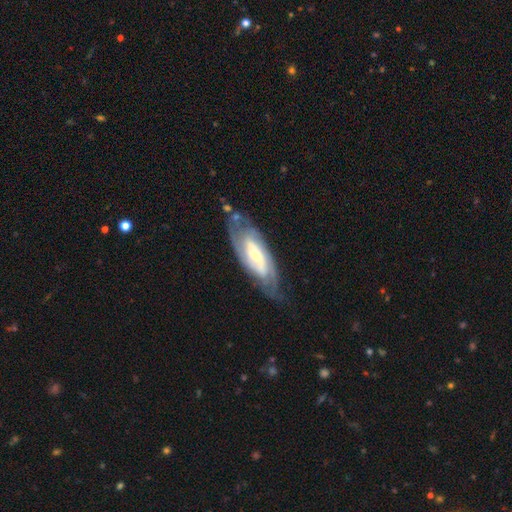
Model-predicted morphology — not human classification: smooth-or-featured: featured or disk: 79% | smooth: 16% | star or artifact: 5%
  disk-edge-on: no: 88% | yes: 12%
    bar: no: 44% | weak: 35% | strong: 21%
    has-spiral-arms: yes: 91% | no: 9%
      spiral-winding: tight: 54% | medium: 35% | loose: 11%
      spiral-arm-count: 2: 48% | can't tell: 32% | 3: 10% | 4: 4% | 1: 3% | more than 4: 3%
    bulge-size: small: 58% | moderate: 36% | large: 4% | none: 2% | dominant: 1%
  merging: none: 68% | minor disturbance: 21% | major disturbance: 8% | merger: 3%